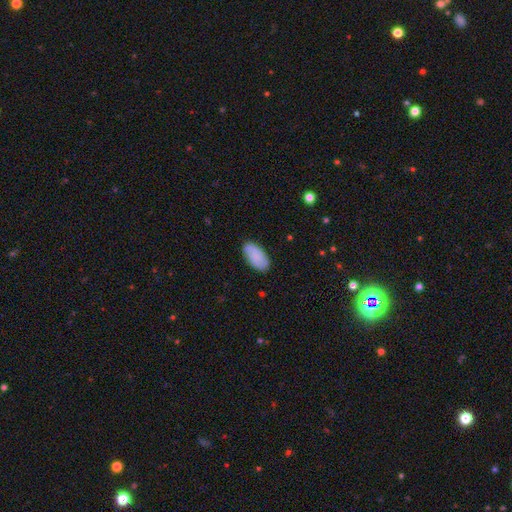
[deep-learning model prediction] The model was most divided on "smooth or featured": smooth: 74%, featured or disk: 19%, star or artifact: 7%. More confident: how rounded — in between (94%); merging — none (76%).